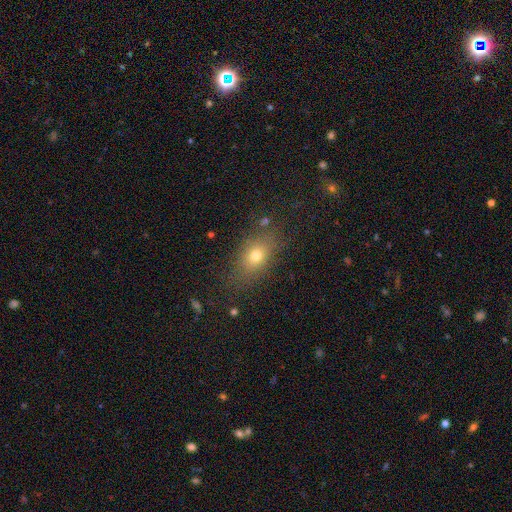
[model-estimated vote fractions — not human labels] smooth_or_featured: smooth (p=0.70) [alt: featured or disk p=0.15]
how_rounded: in between (p=0.69) [alt: round p=0.25]
merging: none (p=0.77) [alt: minor disturbance p=0.14]